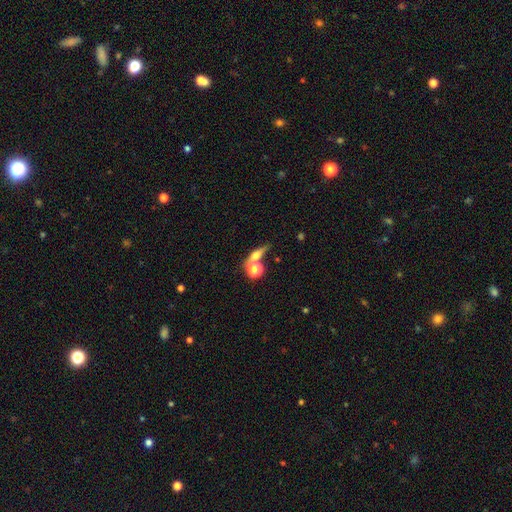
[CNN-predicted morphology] smooth 43% (tied), featured or disk 43% (tied), star or artifact 14%. Down the decision tree: merging — none (61%).